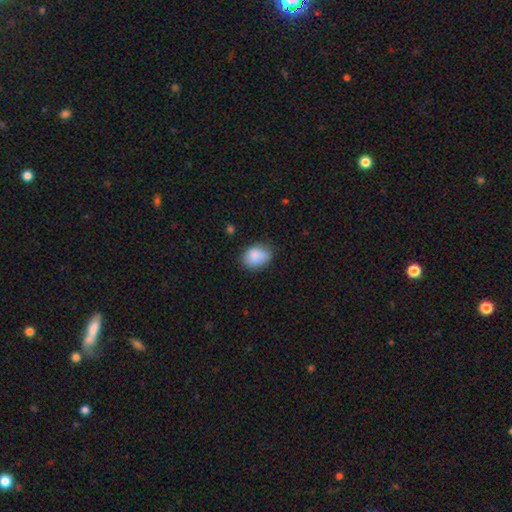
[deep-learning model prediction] smooth_or_featured: smooth (p=0.87) [alt: star or artifact p=0.08]
how_rounded: in between (p=0.68) [alt: round p=0.31]
merging: none (p=0.70) [alt: minor disturbance p=0.24]